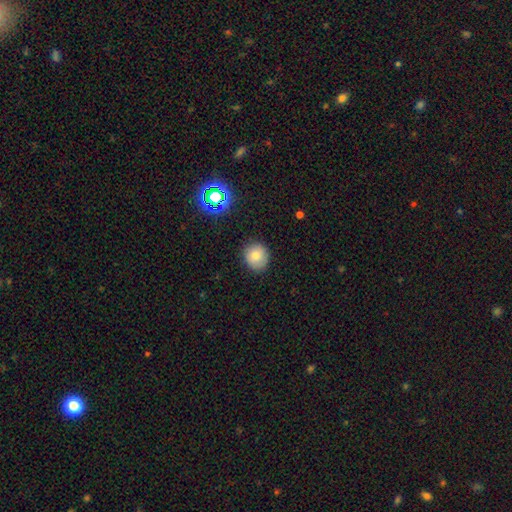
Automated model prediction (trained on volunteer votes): Q: Smooth or featured?
A: smooth (78%); runner-up: star or artifact (12%)
Q: How rounded?
A: round (87%); runner-up: in between (12%)
Q: Merging?
A: none (86%); runner-up: minor disturbance (10%)